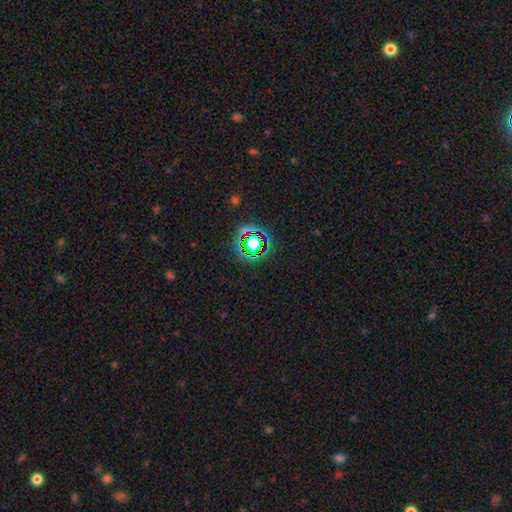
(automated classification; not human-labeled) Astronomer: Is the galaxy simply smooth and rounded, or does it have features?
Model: star or artifact — 70%.